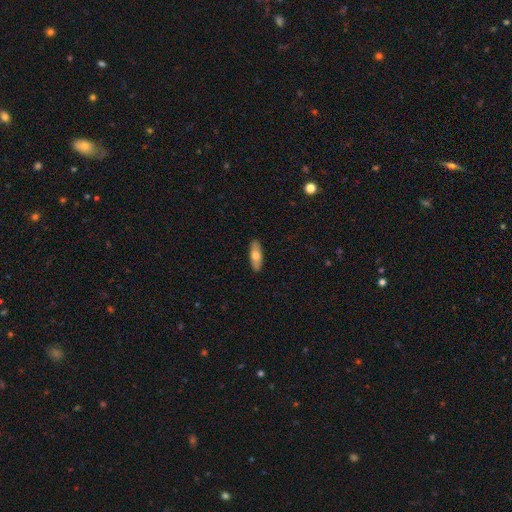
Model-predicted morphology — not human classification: A smooth galaxy with no disk features (66%) that is in between round and cigar-shaped (68%). Merging: none (90%).